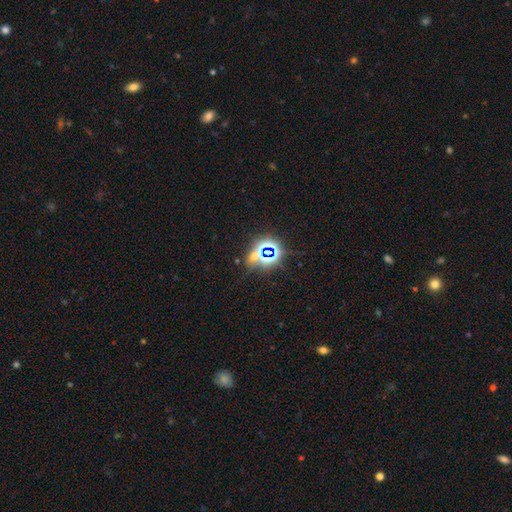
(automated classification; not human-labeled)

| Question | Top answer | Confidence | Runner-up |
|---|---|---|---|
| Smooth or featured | star or artifact | 71% | smooth (21%) |